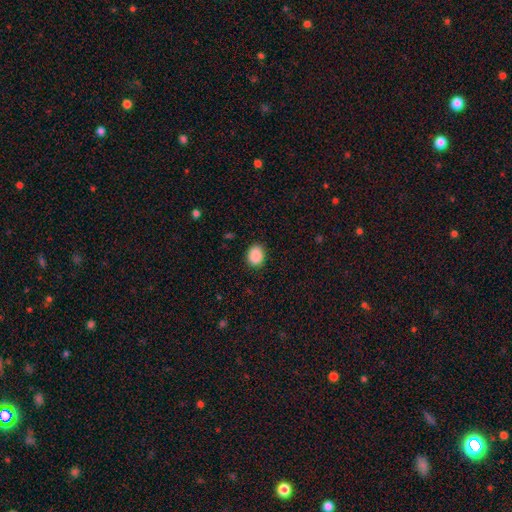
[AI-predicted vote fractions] smooth-or-featured: smooth: 89% | star or artifact: 8% | featured or disk: 3%
  how-rounded: round: 55% | in between: 44% | cigar-shaped: 1%
  merging: none: 88% | minor disturbance: 8% | major disturbance: 2% | merger: 1%